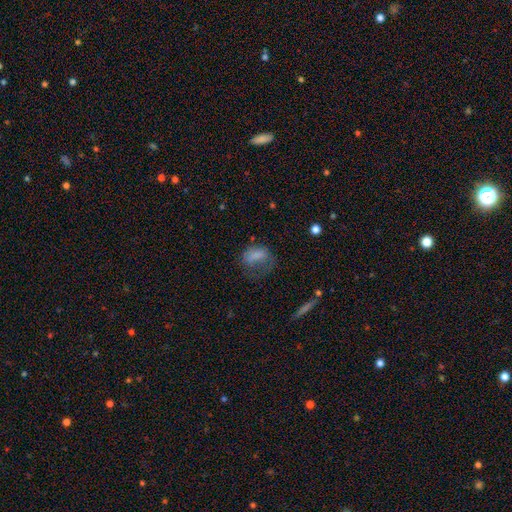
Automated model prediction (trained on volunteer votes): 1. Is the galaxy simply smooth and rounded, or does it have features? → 71% smooth, 18% featured or disk, 11% star or artifact.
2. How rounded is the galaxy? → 76% in between, 22% round, 3% cigar-shaped.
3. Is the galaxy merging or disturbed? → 46% major disturbance, 28% none, 23% minor disturbance, 3% merger.